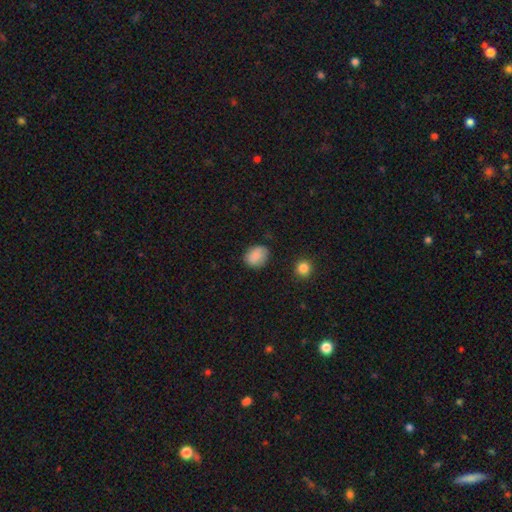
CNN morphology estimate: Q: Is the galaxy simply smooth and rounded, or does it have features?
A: smooth — 87%.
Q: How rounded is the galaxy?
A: in between — 52%.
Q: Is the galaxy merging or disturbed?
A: none — 76%.